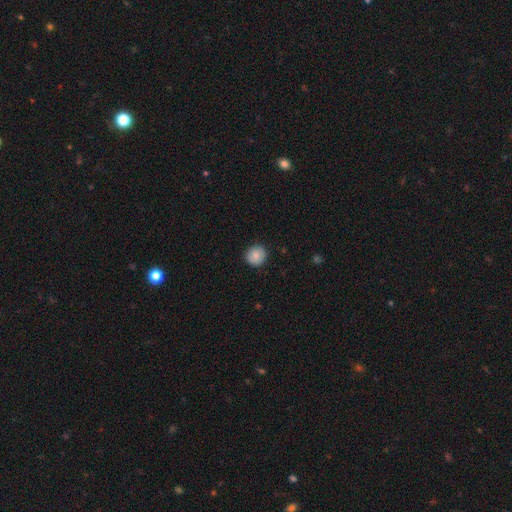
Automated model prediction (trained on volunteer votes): smooth_or_featured: smooth (p=0.85) [alt: featured or disk p=0.08]
how_rounded: round (p=0.91) [alt: in between p=0.08]
merging: none (p=0.89) [alt: minor disturbance p=0.08]